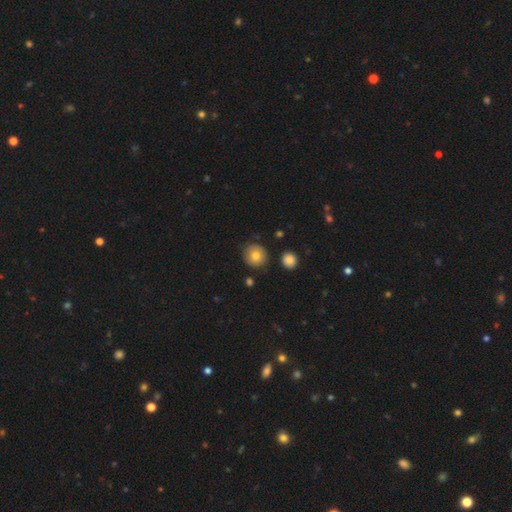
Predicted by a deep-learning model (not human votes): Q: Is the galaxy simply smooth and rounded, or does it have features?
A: smooth — 77%.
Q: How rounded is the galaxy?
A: round — 91%.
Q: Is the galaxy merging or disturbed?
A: none — 81%.